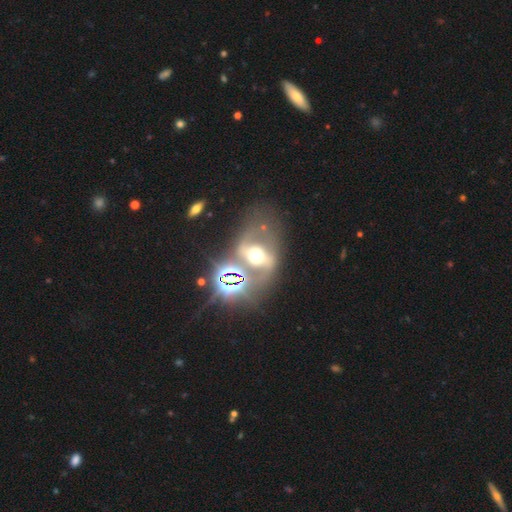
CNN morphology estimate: This appears to be a featured or disk galaxy (65%) with a strong bar (43%), spiral arms (74%) and a moderate central bulge (57%). Merging: none (55%).